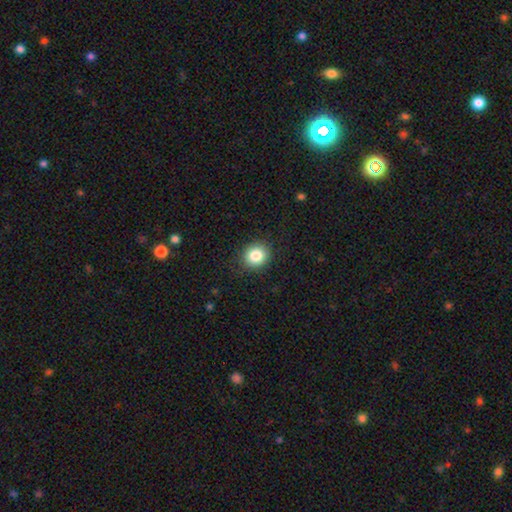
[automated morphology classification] Smooth or featured? smooth (84%)
How rounded? round (77%)
Merging? none (88%)